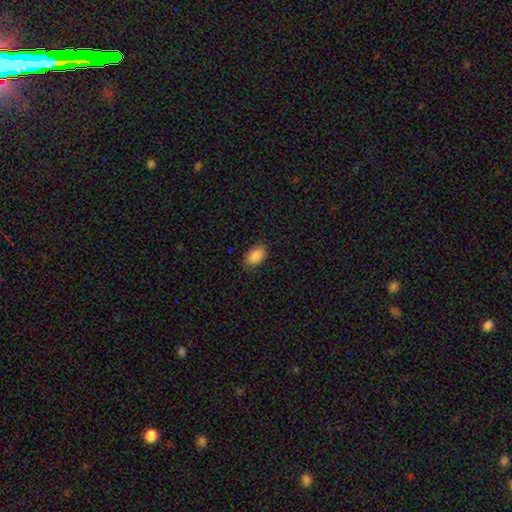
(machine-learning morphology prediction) Smooth or featured?
  - smooth: 90% *
  - star or artifact: 7%
  - featured or disk: 3%
How rounded?
  - in between: 91% *
  - round: 7%
  - cigar-shaped: 1%
Merging?
  - none: 87% *
  - minor disturbance: 10%
  - major disturbance: 2%
  - merger: 1%